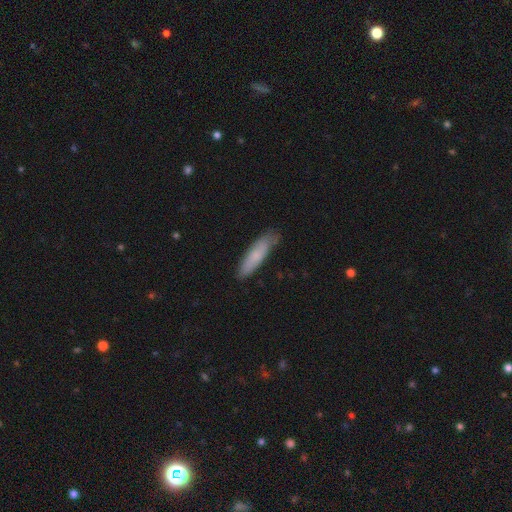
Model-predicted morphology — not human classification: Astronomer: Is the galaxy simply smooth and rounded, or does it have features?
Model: smooth — 74%.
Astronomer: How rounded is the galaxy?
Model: cigar-shaped — 71%.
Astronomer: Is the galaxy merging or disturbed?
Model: none — 76%.